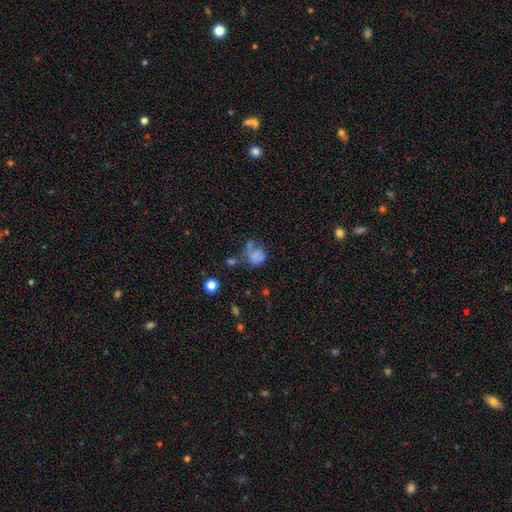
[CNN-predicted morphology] Smooth or featured: smooth — 66% (featured or disk — 21%)
How rounded: round — 62% (in between — 37%)
Merging: none — 32% (major disturbance — 27%)